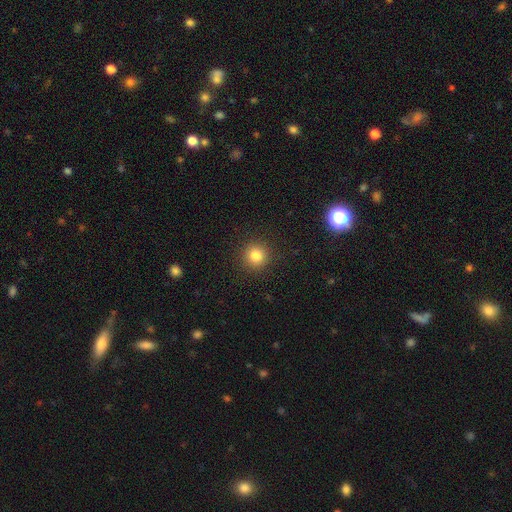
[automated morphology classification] smooth_or_featured: smooth (p=0.83) [alt: star or artifact p=0.12]
how_rounded: round (p=0.94) [alt: in between p=0.06]
merging: none (p=0.92) [alt: minor disturbance p=0.05]